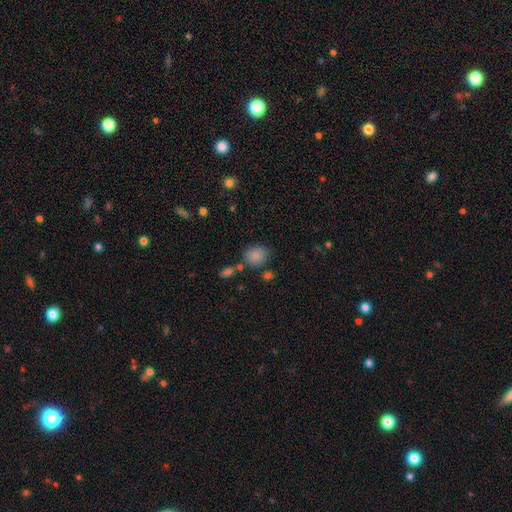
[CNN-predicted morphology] smooth 86%, star or artifact 10%, featured or disk 5%. Down the decision tree: how rounded — round (56%); merging — none (72%).